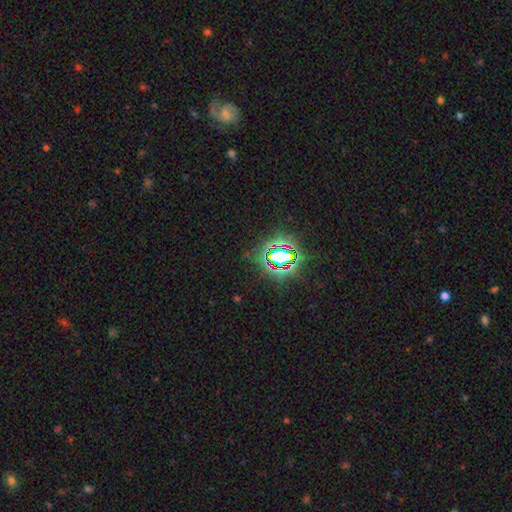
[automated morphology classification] Overall: star or artifact (78%).